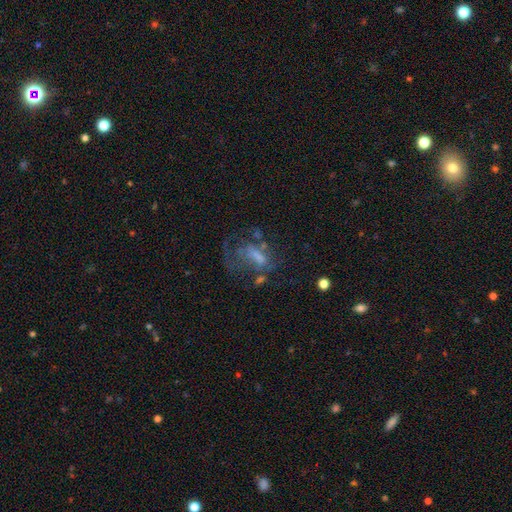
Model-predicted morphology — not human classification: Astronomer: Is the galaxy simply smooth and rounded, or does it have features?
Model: featured or disk — 49% (runner-up: star or artifact, 27%).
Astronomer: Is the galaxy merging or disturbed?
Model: none — 43% (runner-up: major disturbance, 33%).